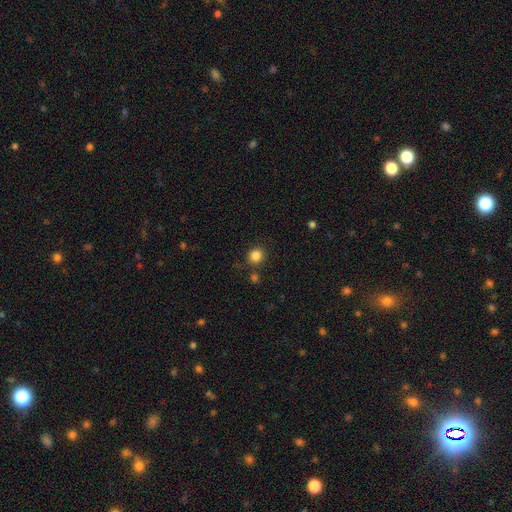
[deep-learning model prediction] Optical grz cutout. It shows a smooth galaxy with no disk features (85%) that is round (91%). Merging: none (84%).